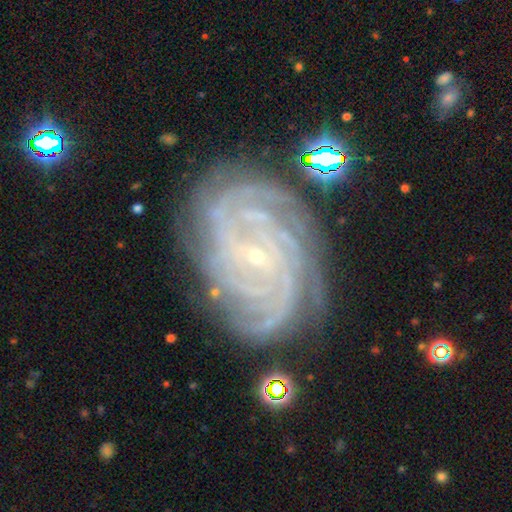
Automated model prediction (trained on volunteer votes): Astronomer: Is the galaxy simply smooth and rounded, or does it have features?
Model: featured or disk — 89%.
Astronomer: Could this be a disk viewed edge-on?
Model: no — 97%.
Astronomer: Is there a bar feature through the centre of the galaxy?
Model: no — 59%.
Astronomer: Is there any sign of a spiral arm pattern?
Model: yes — 98%.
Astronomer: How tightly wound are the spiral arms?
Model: tight — 79%.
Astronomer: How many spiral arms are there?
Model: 4 — 30% (runner-up: more than 4, 25%).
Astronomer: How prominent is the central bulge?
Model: small — 88%.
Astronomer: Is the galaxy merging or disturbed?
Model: none — 78%.